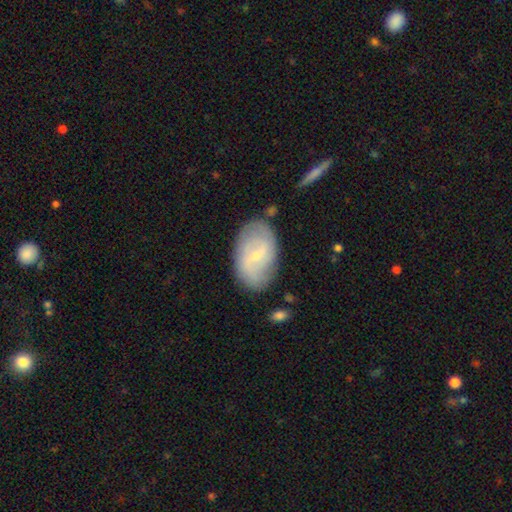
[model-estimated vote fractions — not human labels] smooth-or-featured: featured or disk: 64% | smooth: 30% | star or artifact: 7%
  disk-edge-on: no: 95% | yes: 5%
    bar: weak: 50% | no: 36% | strong: 14%
    has-spiral-arms: yes: 80% | no: 20%
    bulge-size: small: 75% | moderate: 21% | none: 2% | large: 1% | dominant: 1%
  merging: none: 77% | minor disturbance: 16% | major disturbance: 4% | merger: 3%